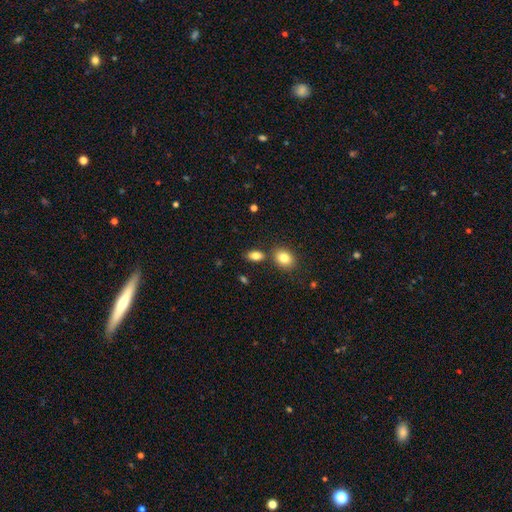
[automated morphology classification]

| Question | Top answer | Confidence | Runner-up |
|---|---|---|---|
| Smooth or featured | smooth | 83% | star or artifact (9%) |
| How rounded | in between | 86% | round (12%) |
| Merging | none | 73% | merger (14%) |